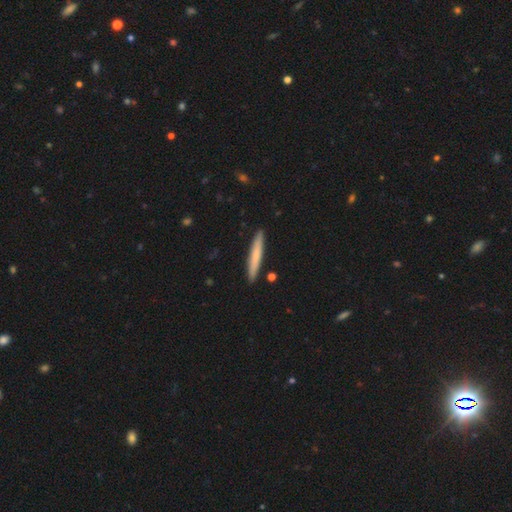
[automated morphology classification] Smooth or featured? smooth (69%)
How rounded? cigar-shaped (95%)
Merging? none (91%)